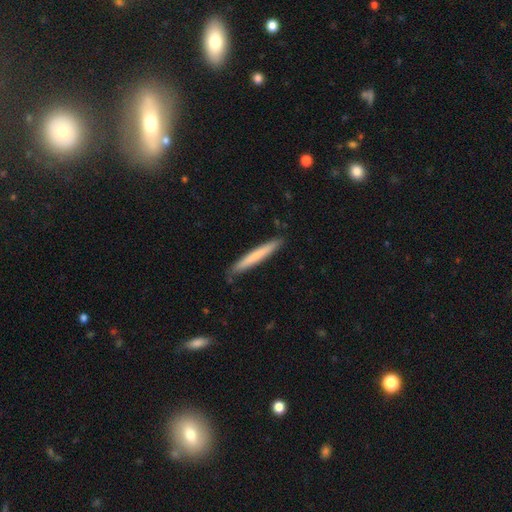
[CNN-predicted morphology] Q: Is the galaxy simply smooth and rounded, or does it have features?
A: smooth — 69%.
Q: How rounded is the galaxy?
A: cigar-shaped — 96%.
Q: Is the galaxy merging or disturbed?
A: none — 85%.